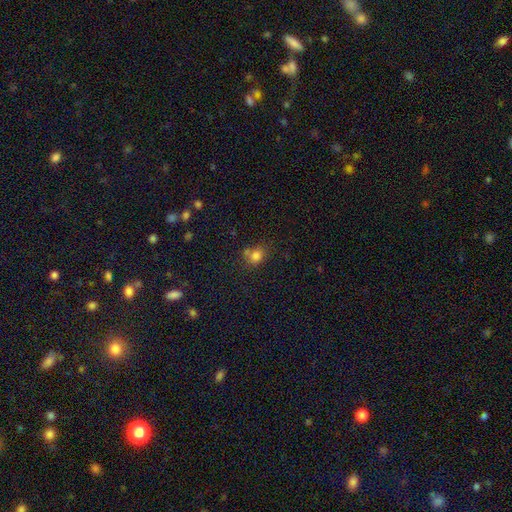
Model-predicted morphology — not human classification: type=smooth (79%); roundness=round (59%); merging=none (57%).